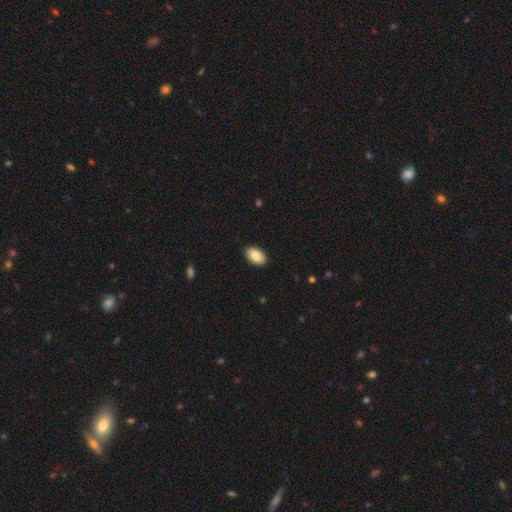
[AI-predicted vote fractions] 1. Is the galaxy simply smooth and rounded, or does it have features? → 86% smooth, 8% featured or disk, 6% star or artifact.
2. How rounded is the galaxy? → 94% in between, 5% round, 1% cigar-shaped.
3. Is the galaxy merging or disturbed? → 90% none, 7% minor disturbance, 2% major disturbance, 1% merger.